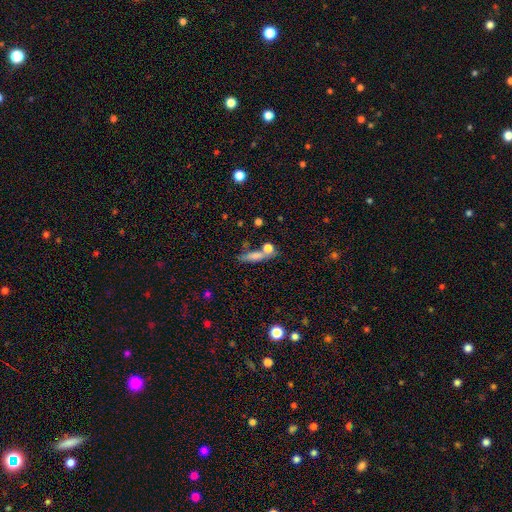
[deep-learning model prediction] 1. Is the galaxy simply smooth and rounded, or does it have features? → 72% smooth, 18% featured or disk, 10% star or artifact.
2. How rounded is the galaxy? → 56% cigar-shaped, 34% in between, 10% round.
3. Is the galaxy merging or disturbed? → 51% none, 26% merger, 15% minor disturbance, 7% major disturbance.